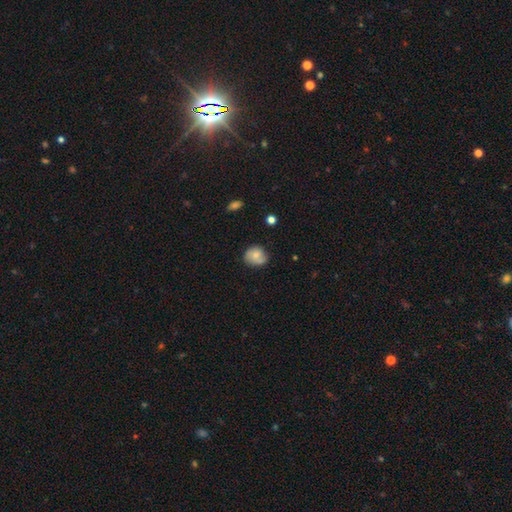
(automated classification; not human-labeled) smooth_or_featured: smooth (p=0.66) [alt: featured or disk p=0.26]
how_rounded: round (p=0.70) [alt: in between p=0.29]
merging: none (p=0.61) [alt: minor disturbance p=0.29]